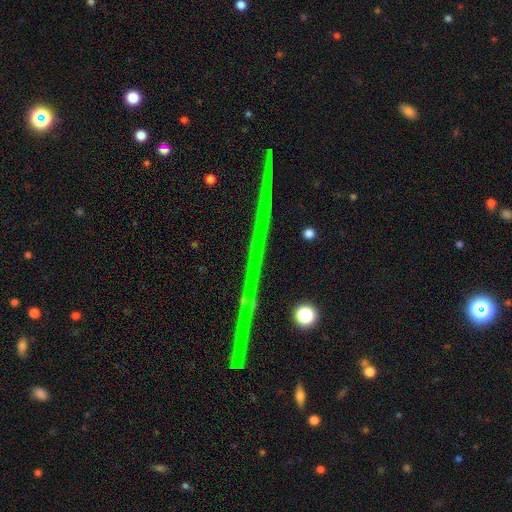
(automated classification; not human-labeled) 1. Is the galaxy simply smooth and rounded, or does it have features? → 46% star or artifact, 43% featured or disk, 12% smooth.